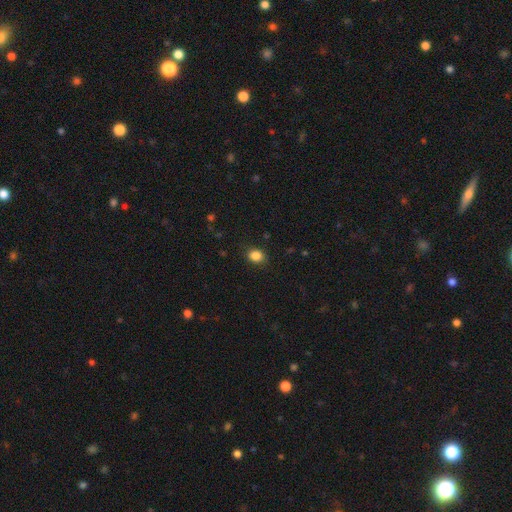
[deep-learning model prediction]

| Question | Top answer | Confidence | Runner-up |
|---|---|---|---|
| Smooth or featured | smooth | 86% | star or artifact (10%) |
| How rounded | round | 50% | in between (49%) |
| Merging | none | 86% | minor disturbance (10%) |